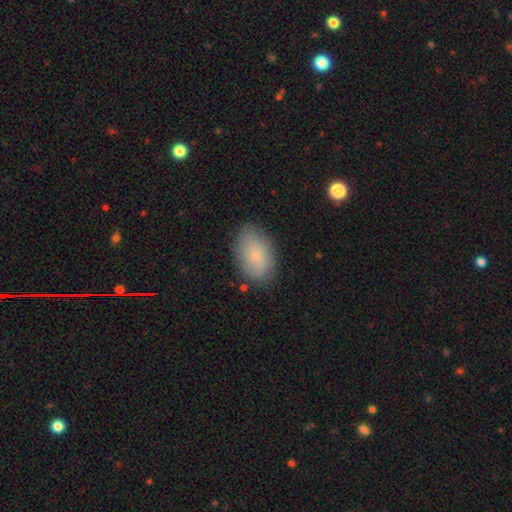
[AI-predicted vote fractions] The model was most divided on "smooth or featured": smooth: 71%, featured or disk: 21%, star or artifact: 8%. More confident: how rounded — in between (91%); merging — none (81%).